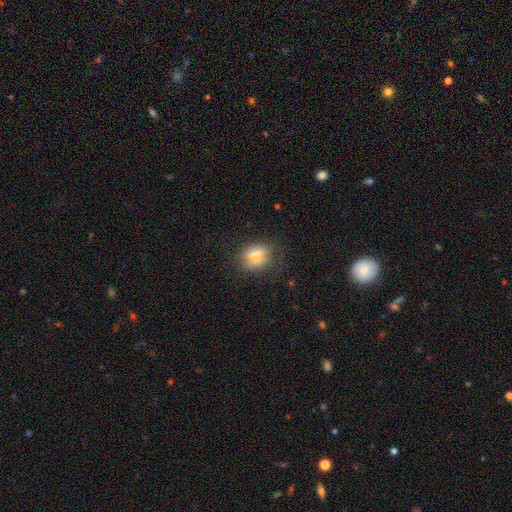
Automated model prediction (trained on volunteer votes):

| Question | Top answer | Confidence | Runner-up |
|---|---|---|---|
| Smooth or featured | smooth | 67% | featured or disk (22%) |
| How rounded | round | 55% | in between (43%) |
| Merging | none | 73% | minor disturbance (20%) |